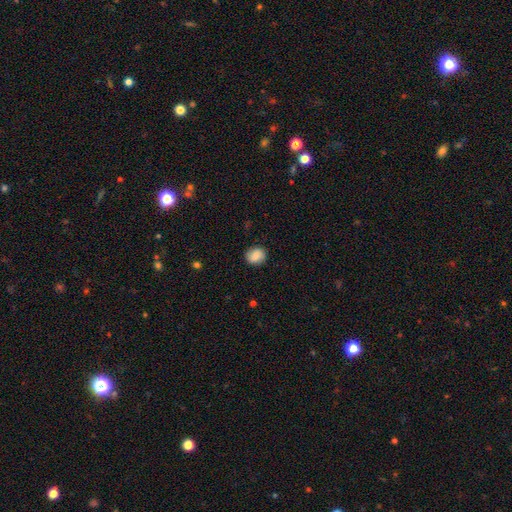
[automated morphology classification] Smooth or featured? Predicted: smooth (p=0.85). How rounded? Predicted: round (p=0.67). Merging? Predicted: none (p=0.86).